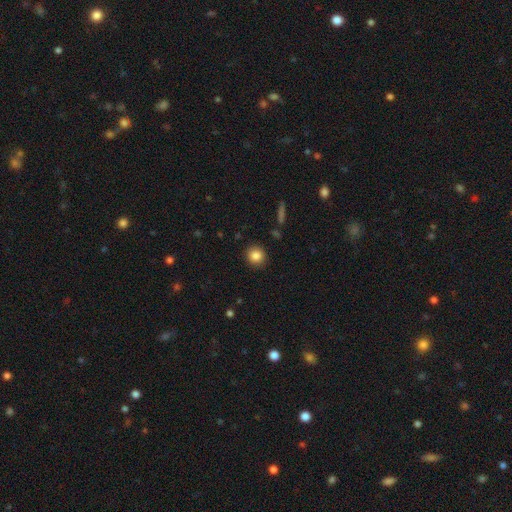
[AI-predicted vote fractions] Q: Smooth or featured?
A: smooth (85%); runner-up: star or artifact (10%)
Q: How rounded?
A: round (89%); runner-up: in between (10%)
Q: Merging?
A: none (90%); runner-up: minor disturbance (7%)